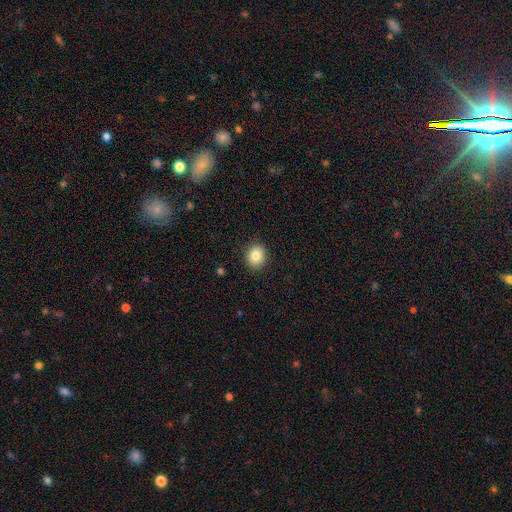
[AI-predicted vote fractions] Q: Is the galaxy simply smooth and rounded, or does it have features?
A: smooth — 83%.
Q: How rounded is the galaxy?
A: round — 69%.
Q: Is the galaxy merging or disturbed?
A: none — 90%.